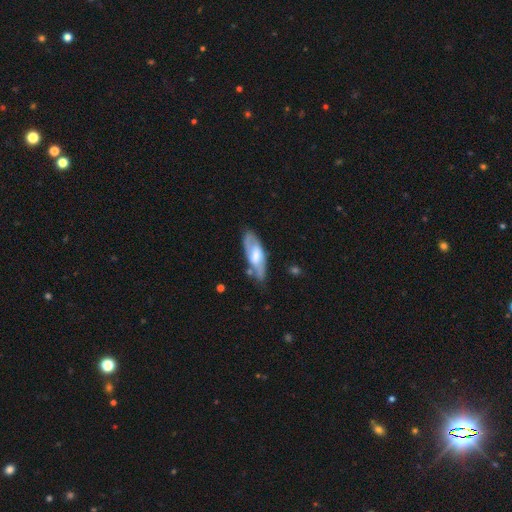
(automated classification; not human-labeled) Q: Smooth or featured?
A: featured or disk (55%); runner-up: smooth (40%)
Q: Edge-on disk?
A: no (72%); runner-up: yes (28%)
Q: Merging?
A: none (69%); runner-up: minor disturbance (21%)